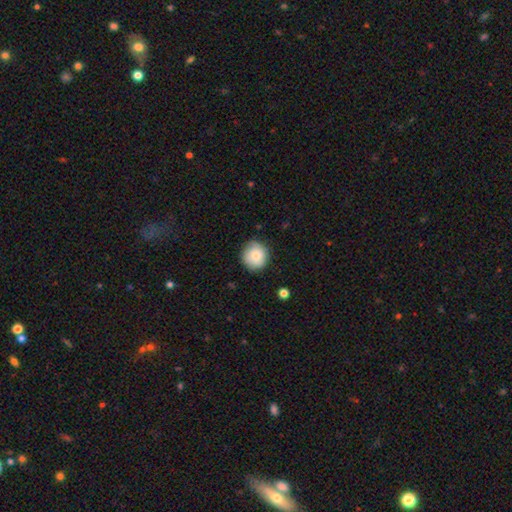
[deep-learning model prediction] Smooth or featured? smooth (80%)
How rounded? round (90%)
Merging? none (82%)